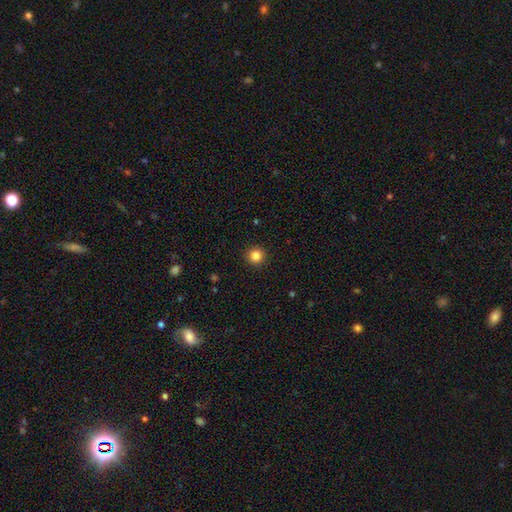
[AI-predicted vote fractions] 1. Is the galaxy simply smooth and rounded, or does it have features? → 84% smooth, 11% star or artifact, 4% featured or disk.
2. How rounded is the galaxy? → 95% round, 4% in between, 1% cigar-shaped.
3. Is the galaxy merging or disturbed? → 92% none, 5% minor disturbance, 2% major disturbance, 1% merger.